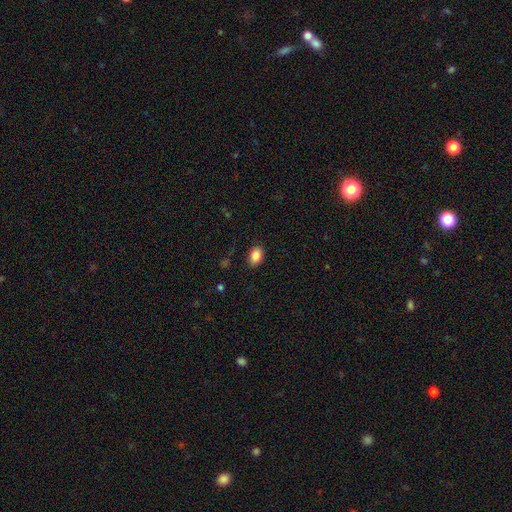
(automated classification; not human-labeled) smooth-or-featured: smooth: 88% | star or artifact: 8% | featured or disk: 4%
  how-rounded: in between: 84% | round: 15% | cigar-shaped: 1%
  merging: none: 87% | minor disturbance: 10% | major disturbance: 3% | merger: 1%